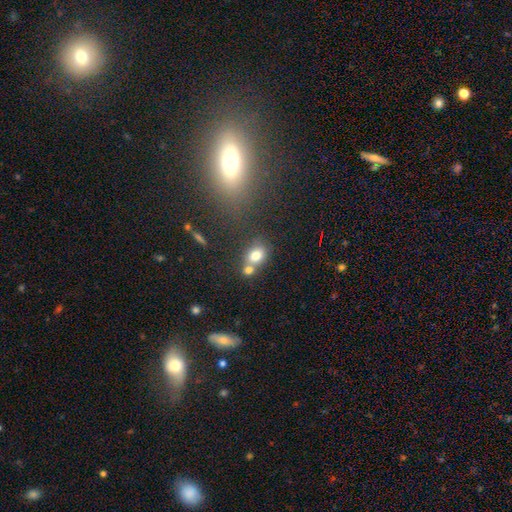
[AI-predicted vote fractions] smooth_or_featured: smooth (p=0.76) [alt: featured or disk p=0.13]
how_rounded: in between (p=0.62) [alt: round p=0.37]
merging: merger (p=0.46) [alt: none p=0.39]